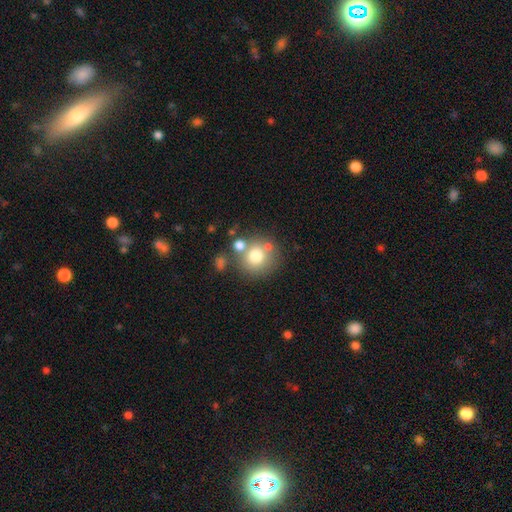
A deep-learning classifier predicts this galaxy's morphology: Smooth or featured?
  - smooth: 72% *
  - featured or disk: 16%
  - star or artifact: 12%
How rounded?
  - round: 89% *
  - in between: 10%
  - cigar-shaped: 1%
Merging?
  - none: 65% *
  - merger: 19%
  - minor disturbance: 11%
  - major disturbance: 5%